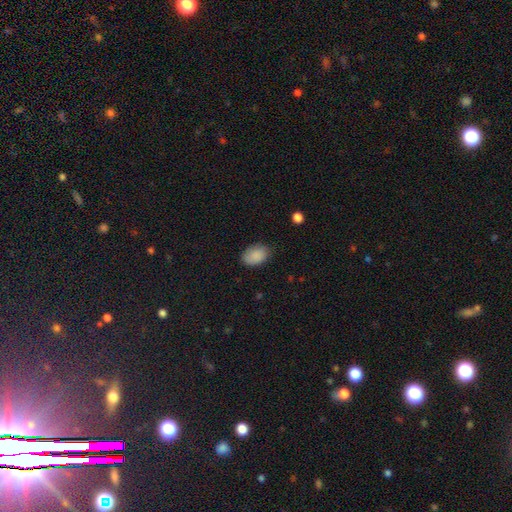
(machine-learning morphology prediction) A smooth galaxy with no disk features (88%) that is in between round and cigar-shaped (85%).

Vote fractions:
- Smooth or featured? smooth: 88% / star or artifact: 7% / featured or disk: 5%
- How rounded? in between: 85% / round: 14% / cigar-shaped: 1%
- Merging? none: 77% / minor disturbance: 18% / major disturbance: 4% / merger: 1%